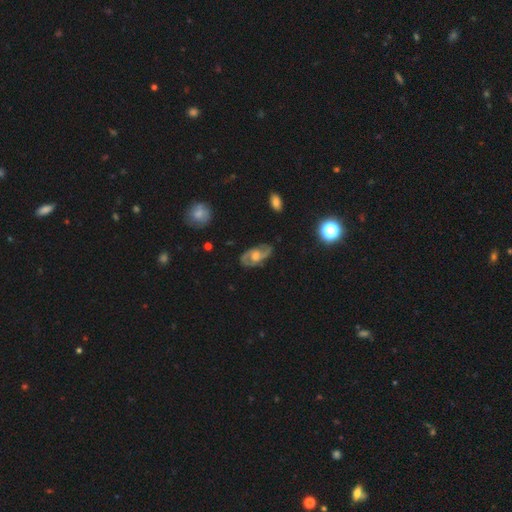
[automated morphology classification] Overall: featured or disk (79%). Edge-on disk: no (95%). Bar: no (59%; weak 34%). Spiral arms: yes (89%). Spiral arm count: 2 (86%). Spiral winding: medium (52%; tight 27%). Bulge size: moderate (63%). Merging: none (77%).